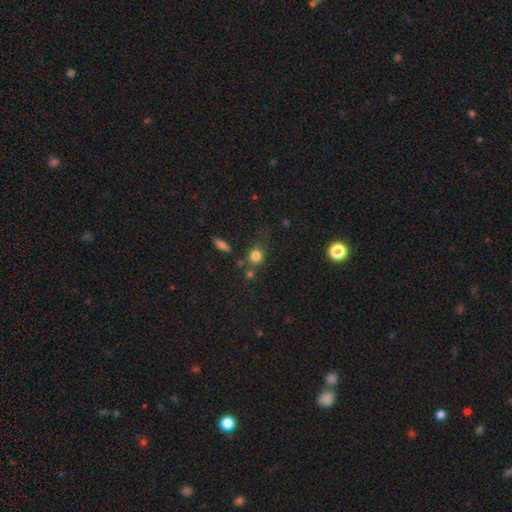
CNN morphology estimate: This is likely a smooth galaxy (80%). How rounded: likely round (80%). Merging: likely none (66%).